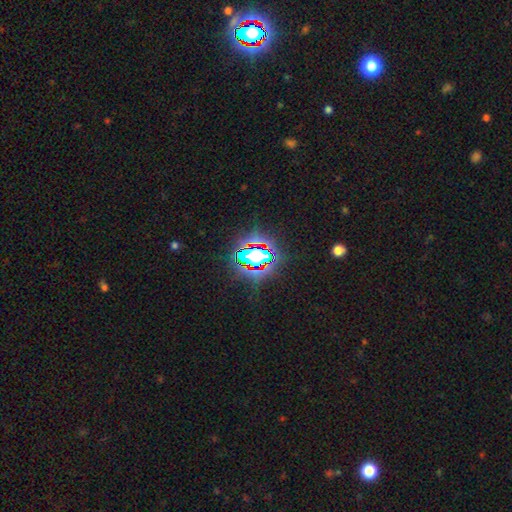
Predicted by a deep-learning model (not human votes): Smooth or featured: star or artifact — 67% (smooth — 20%)